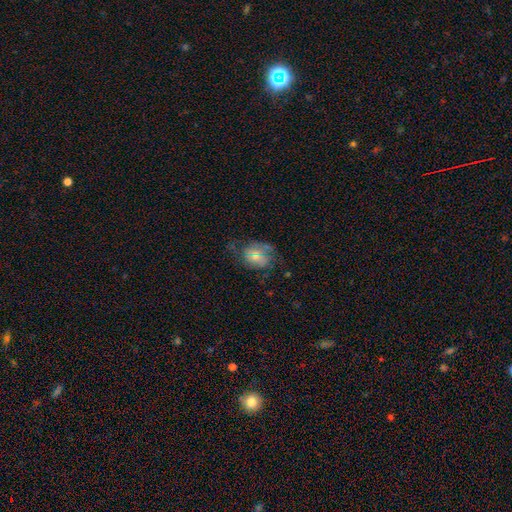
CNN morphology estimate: The model was most divided on "smooth or featured": smooth: 49%, featured or disk: 38%, star or artifact: 13%. More confident: merging — none (54%).